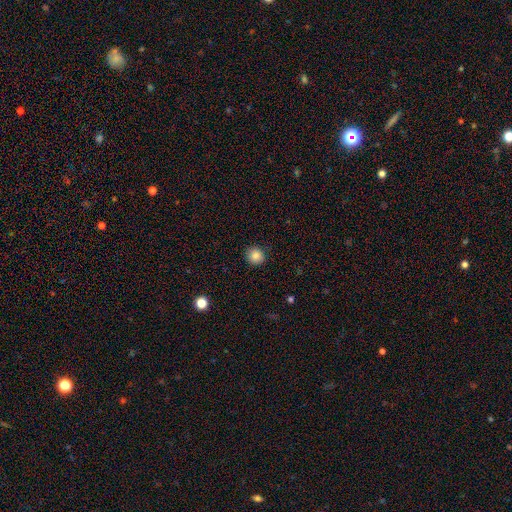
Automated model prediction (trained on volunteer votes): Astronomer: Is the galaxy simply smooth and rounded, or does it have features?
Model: smooth — 83%.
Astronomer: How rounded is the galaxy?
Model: round — 93%.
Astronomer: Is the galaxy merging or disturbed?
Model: none — 90%.